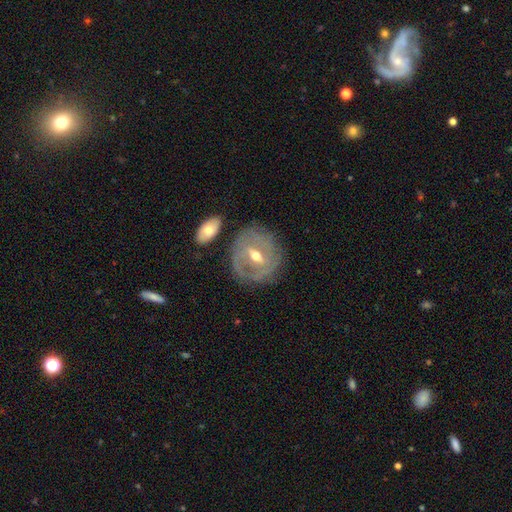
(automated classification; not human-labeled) A featured or disk galaxy (75%) with a weak bar (46%), spiral arms (63%) and a moderate central bulge (64%).

Vote fractions:
- Smooth or featured? featured or disk: 75% / smooth: 18% / star or artifact: 7%
- Edge-on disk? no: 94% / yes: 6%
- Bar? weak: 46% / strong: 32% / no: 22%
- Spiral arms? yes: 63% / no: 37%
- Bulge size? moderate: 64% / small: 32% / large: 2% / none: 1% / dominant: 1%
- Merging? none: 73% / minor disturbance: 15% / major disturbance: 7% / merger: 5%